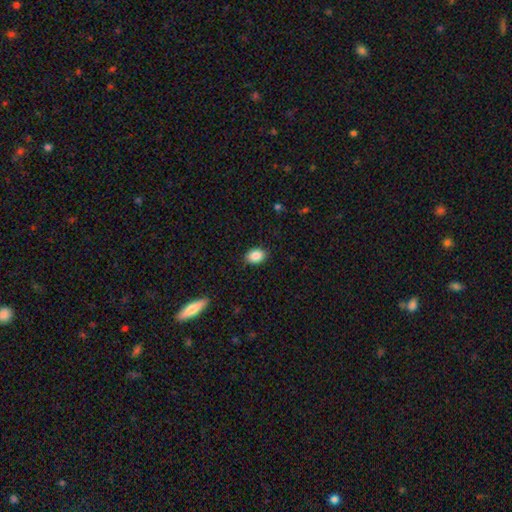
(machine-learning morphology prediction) A smooth galaxy with no disk features (87%) that is in between round and cigar-shaped (74%).

Vote fractions:
- Smooth or featured? smooth: 87% / star or artifact: 8% / featured or disk: 5%
- How rounded? in between: 74% / round: 25% / cigar-shaped: 1%
- Merging? none: 88% / minor disturbance: 9% / major disturbance: 2% / merger: 1%